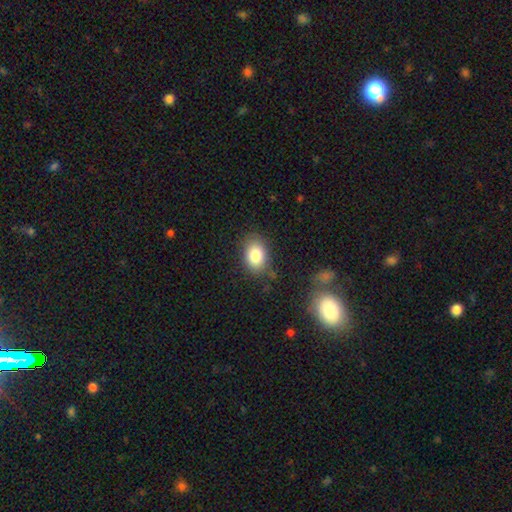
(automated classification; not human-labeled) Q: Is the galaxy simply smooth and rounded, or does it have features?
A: smooth — 83%.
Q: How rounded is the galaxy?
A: in between — 78%.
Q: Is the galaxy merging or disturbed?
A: none — 80%.